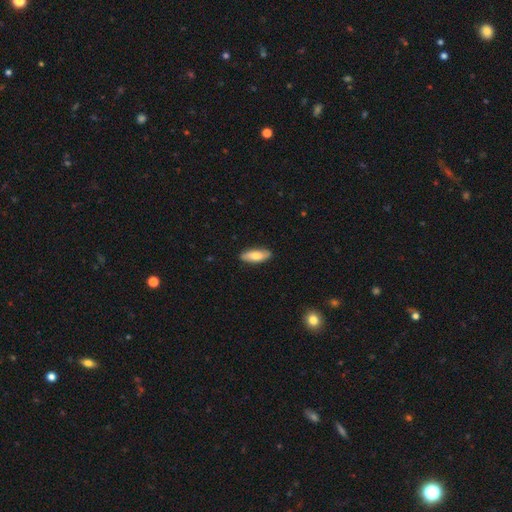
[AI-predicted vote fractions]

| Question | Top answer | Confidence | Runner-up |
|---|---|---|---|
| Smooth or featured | smooth | 73% | featured or disk (21%) |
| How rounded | in between | 67% | cigar-shaped (31%) |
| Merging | none | 88% | minor disturbance (10%) |